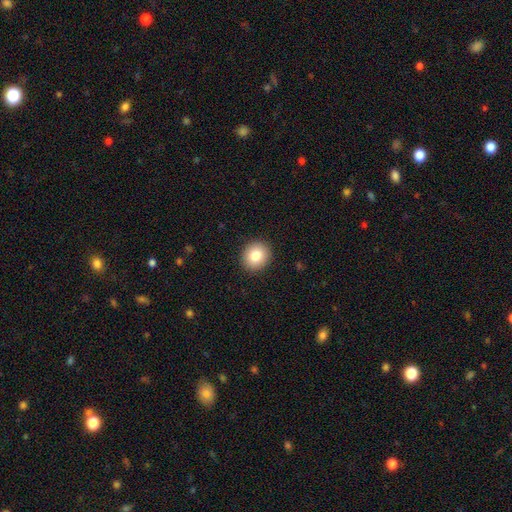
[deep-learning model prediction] Overall: smooth (82%). How rounded: round (80%). Merging: none (92%).